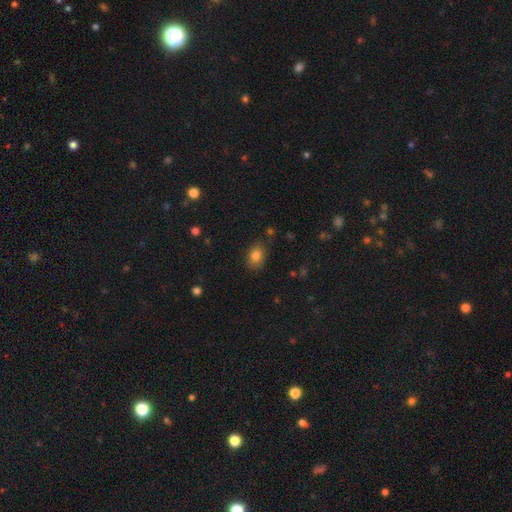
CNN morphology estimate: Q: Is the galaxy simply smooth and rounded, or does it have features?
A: smooth — 82%.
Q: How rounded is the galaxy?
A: in between — 72%.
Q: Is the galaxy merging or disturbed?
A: none — 81%.